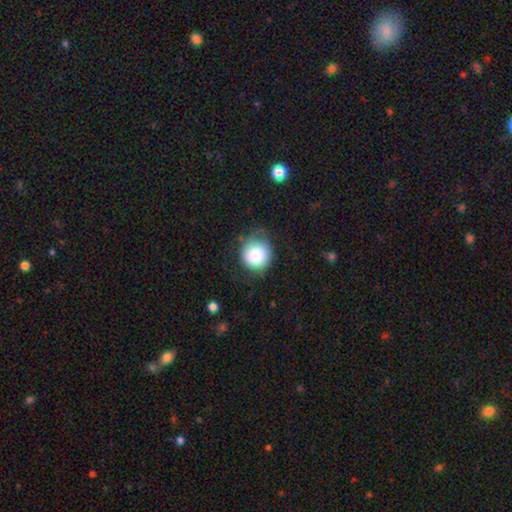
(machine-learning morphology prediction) type=smooth (81%); roundness=round (91%); merging=none (60%).